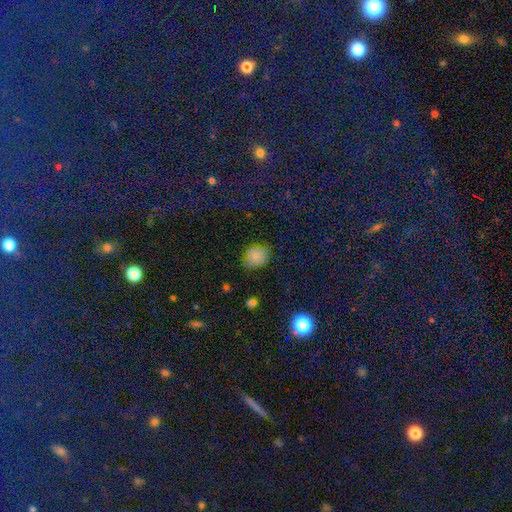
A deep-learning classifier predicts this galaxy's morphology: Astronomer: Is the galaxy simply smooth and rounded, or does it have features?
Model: smooth — 77%.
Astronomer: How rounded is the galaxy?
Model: round — 72%.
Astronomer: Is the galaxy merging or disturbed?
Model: none — 70%.